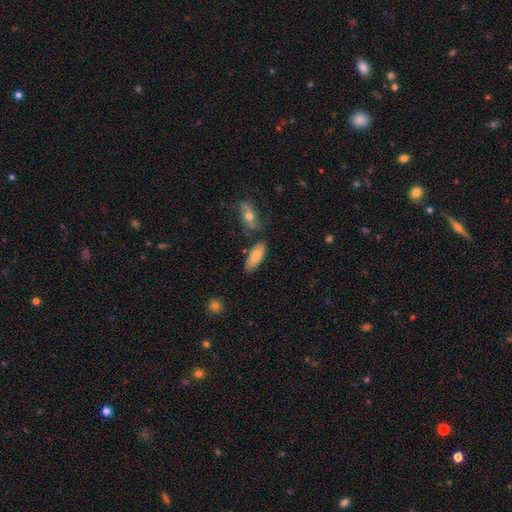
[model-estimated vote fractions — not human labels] Smooth or featured?
  - smooth: 79% *
  - featured or disk: 14%
  - star or artifact: 6%
How rounded?
  - in between: 78% *
  - cigar-shaped: 20%
  - round: 2%
Merging?
  - none: 74% *
  - minor disturbance: 14%
  - merger: 8%
  - major disturbance: 3%